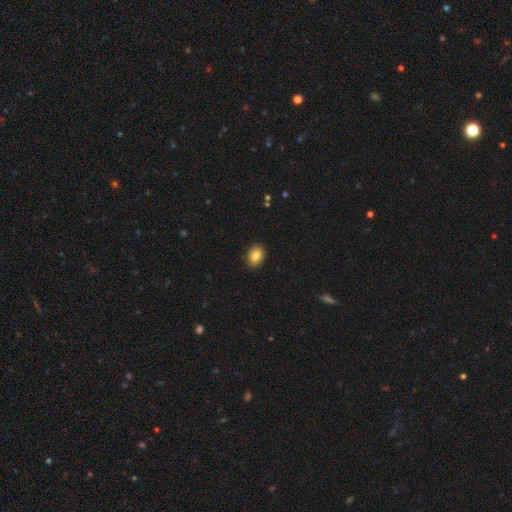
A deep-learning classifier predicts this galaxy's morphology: A smooth galaxy with no disk features (85%) that is in between round and cigar-shaped (79%). Merging: none (87%).